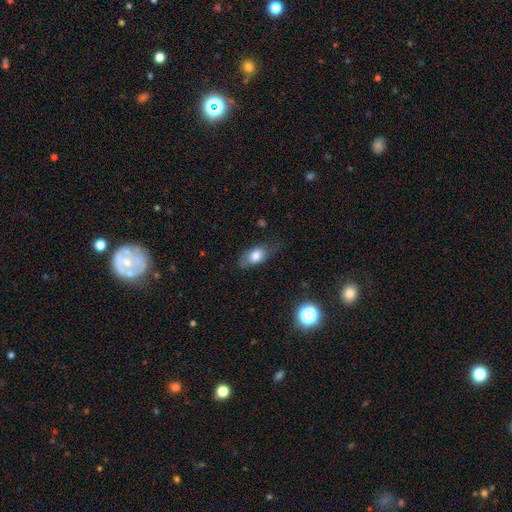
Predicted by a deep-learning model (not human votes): Smooth or featured?
  - smooth: 71% *
  - featured or disk: 21%
  - star or artifact: 8%
How rounded?
  - in between: 85% *
  - round: 8%
  - cigar-shaped: 7%
Merging?
  - none: 63% *
  - minor disturbance: 26%
  - major disturbance: 10%
  - merger: 2%